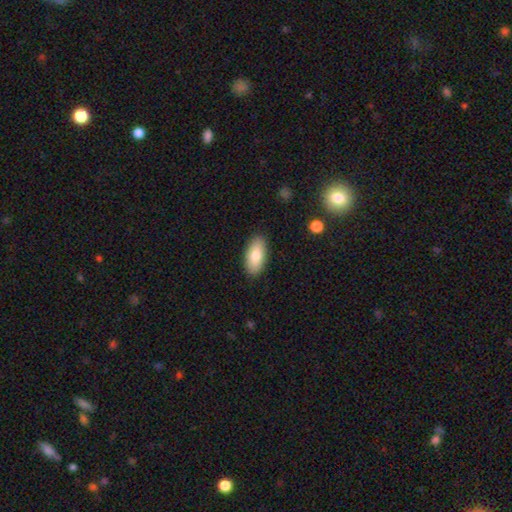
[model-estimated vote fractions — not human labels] The model was most divided on "smooth or featured": smooth: 80%, featured or disk: 14%, star or artifact: 6%. More confident: how rounded — in between (93%); merging — none (88%).